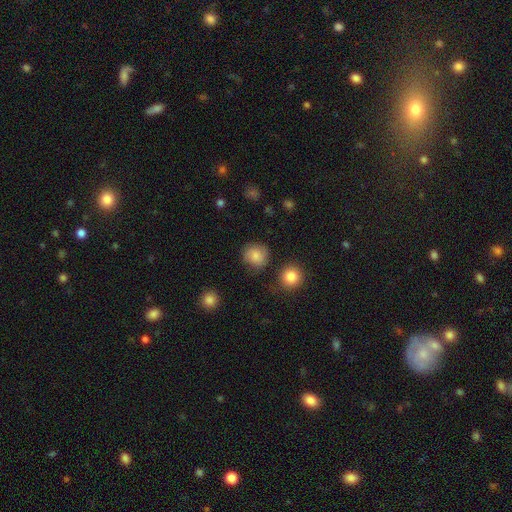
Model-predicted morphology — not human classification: A smooth galaxy with no disk features (78%) that is round (86%). Merging: none (73%).